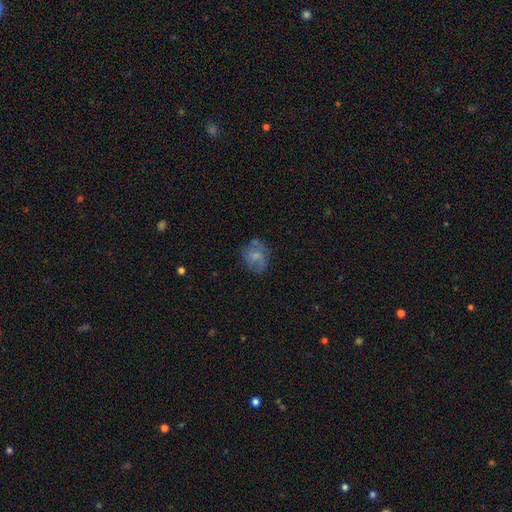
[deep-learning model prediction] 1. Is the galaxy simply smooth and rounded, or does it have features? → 52% smooth, 39% featured or disk, 9% star or artifact.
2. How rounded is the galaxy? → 53% round, 46% in between, 1% cigar-shaped.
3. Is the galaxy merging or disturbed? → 58% none, 25% minor disturbance, 14% major disturbance, 4% merger.